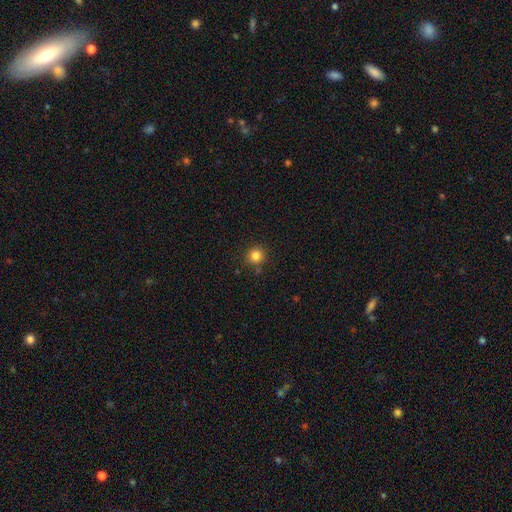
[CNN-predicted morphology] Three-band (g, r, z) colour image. It shows a smooth galaxy with no disk features (83%) that is round (93%). Merging: none (87%).